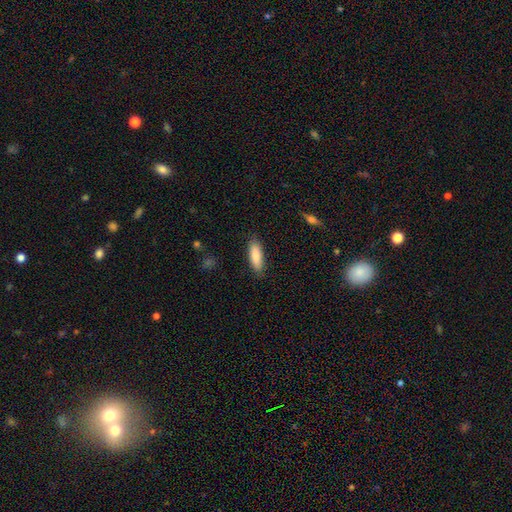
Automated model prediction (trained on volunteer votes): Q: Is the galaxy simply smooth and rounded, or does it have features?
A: smooth — 86%.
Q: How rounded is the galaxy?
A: in between — 59%.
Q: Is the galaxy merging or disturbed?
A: none — 86%.